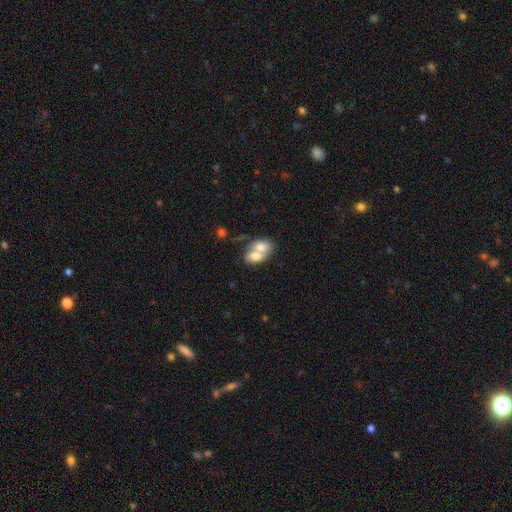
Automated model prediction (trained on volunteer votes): A smooth galaxy with no disk features (69%) that is in between round and cigar-shaped (78%).

Vote fractions:
- Smooth or featured? smooth: 69% / featured or disk: 24% / star or artifact: 7%
- How rounded? in between: 78% / round: 20% / cigar-shaped: 2%
- Merging? merger: 76% / none: 15% / minor disturbance: 6% / major disturbance: 4%